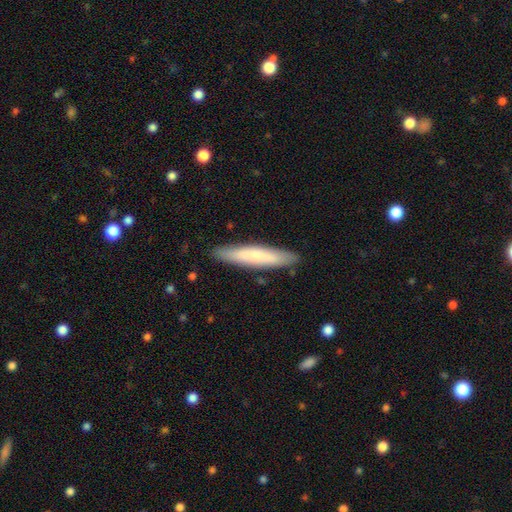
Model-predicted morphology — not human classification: This appears to be a smooth galaxy with no disk features (65%) that is cigar-shaped (89%). Merging: none (88%).